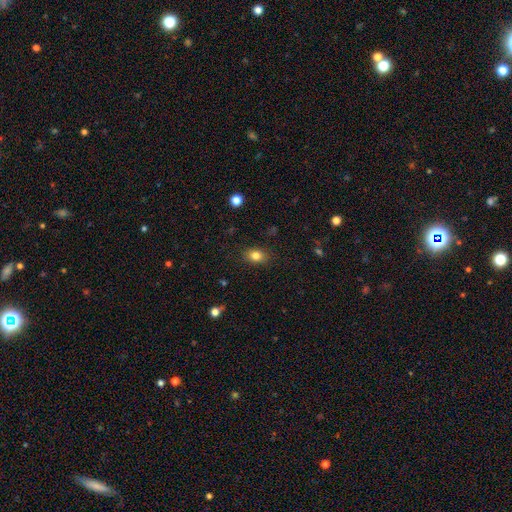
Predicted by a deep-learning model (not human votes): Smooth or featured? smooth (82%)
How rounded? in between (68%)
Merging? none (86%)